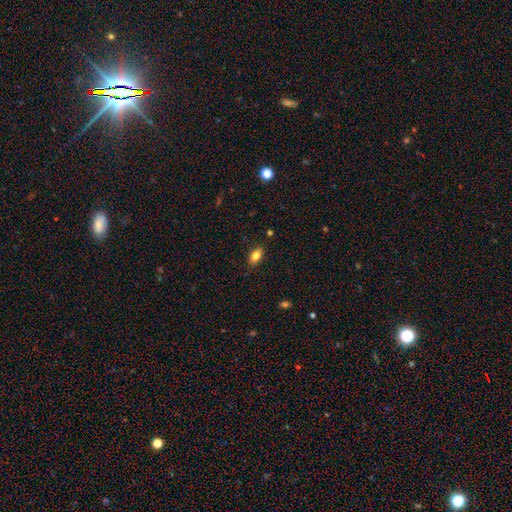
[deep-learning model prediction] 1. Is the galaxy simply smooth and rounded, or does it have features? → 81% smooth, 10% star or artifact, 9% featured or disk.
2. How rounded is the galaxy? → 87% in between, 9% round, 4% cigar-shaped.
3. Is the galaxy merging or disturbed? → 86% none, 11% minor disturbance, 2% major disturbance, 1% merger.